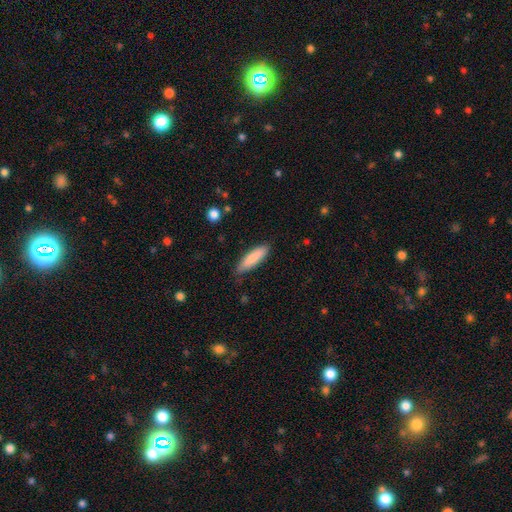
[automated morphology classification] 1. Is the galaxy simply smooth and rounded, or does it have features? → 85% smooth, 10% featured or disk, 5% star or artifact.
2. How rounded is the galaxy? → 65% cigar-shaped, 34% in between, 1% round.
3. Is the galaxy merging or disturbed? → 82% none, 14% minor disturbance, 2% major disturbance, 1% merger.